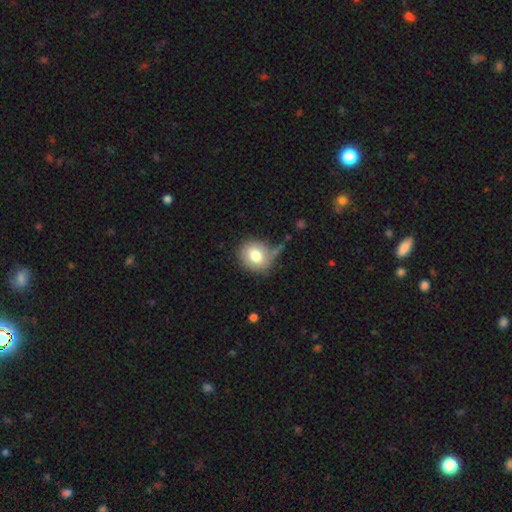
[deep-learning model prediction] Q: Smooth or featured?
A: smooth (77%); runner-up: featured or disk (14%)
Q: How rounded?
A: round (77%); runner-up: in between (22%)
Q: Merging?
A: none (64%); runner-up: minor disturbance (21%)